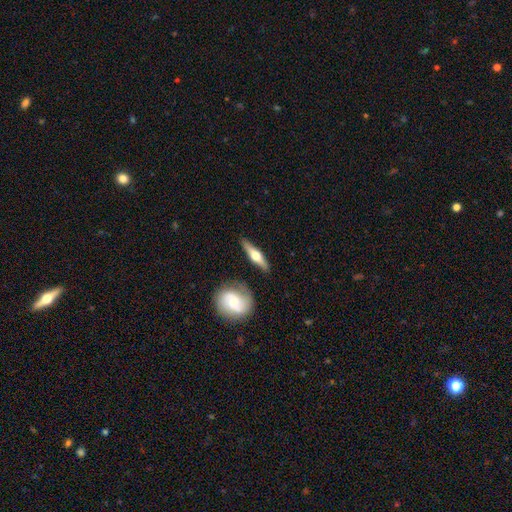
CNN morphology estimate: This is likely a featured or disk galaxy (66%). It is clearly viewed edge-on (93%). Edge-on bulge: clearly rounded (94%). Merging: clearly none (85%).